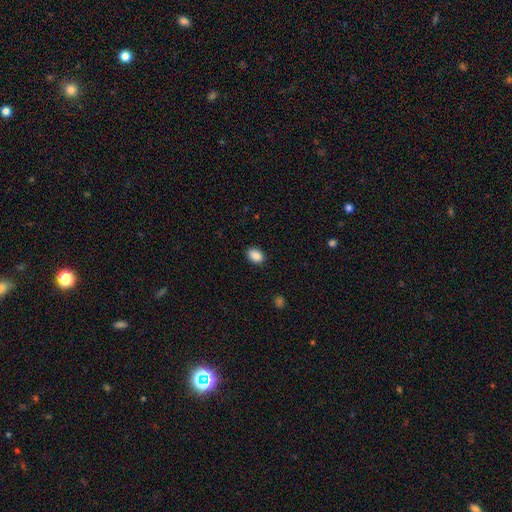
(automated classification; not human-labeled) Smooth or featured? Predicted: smooth (p=0.89). How rounded? Predicted: in between (p=0.79). Merging? Predicted: none (p=0.87).